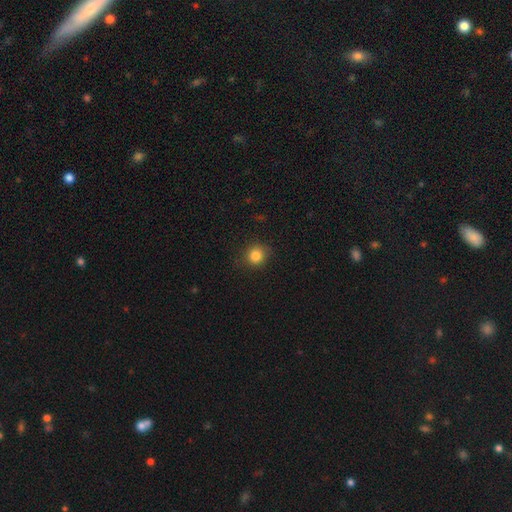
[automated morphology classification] smooth 83%, star or artifact 12%, featured or disk 6%. Down the decision tree: how rounded — round (86%); merging — none (84%).